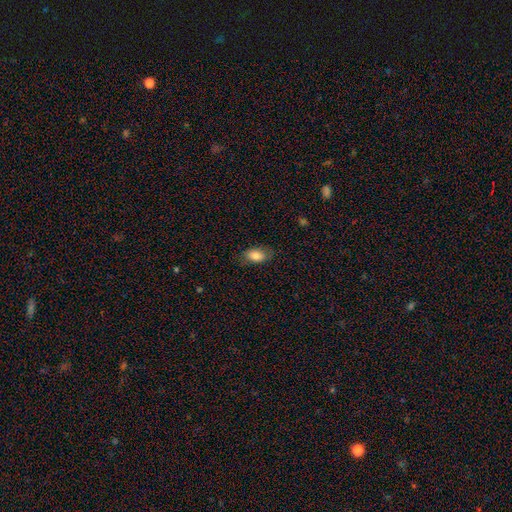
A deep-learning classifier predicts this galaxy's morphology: Smooth or featured? Predicted: smooth (p=0.82). How rounded? Predicted: in between (p=0.90). Merging? Predicted: none (p=0.77).